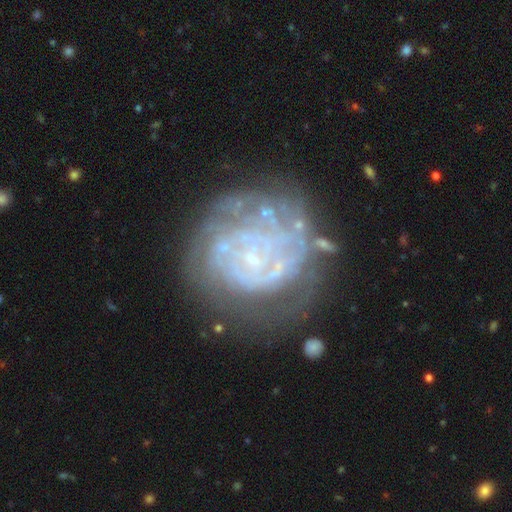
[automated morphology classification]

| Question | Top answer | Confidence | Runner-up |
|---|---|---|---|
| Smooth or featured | featured or disk | 81% | smooth (11%) |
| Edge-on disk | no | 98% | yes (2%) |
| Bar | no | 78% | weak (18%) |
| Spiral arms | yes | 81% | no (19%) |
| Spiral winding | tight | 71% | medium (20%) |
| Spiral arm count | can't tell | 48% | 2 (15%) |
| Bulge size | small | 75% | none (14%) |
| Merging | none | 57% | minor disturbance (21%) |